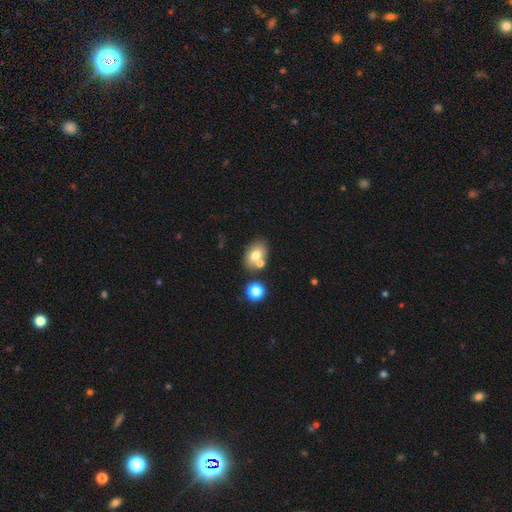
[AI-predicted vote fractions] The model was most divided on "merging": none: 60%, merger: 24%, minor disturbance: 12%, major disturbance: 4%. More confident: how rounded — in between (73%); smooth or featured — smooth (72%).